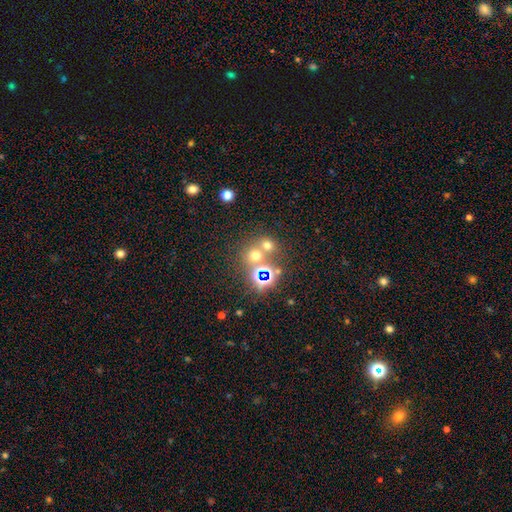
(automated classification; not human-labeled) Smooth or featured? Predicted: smooth (p=0.53). How rounded? Predicted: round (p=0.82). Merging? Predicted: none (p=0.55).